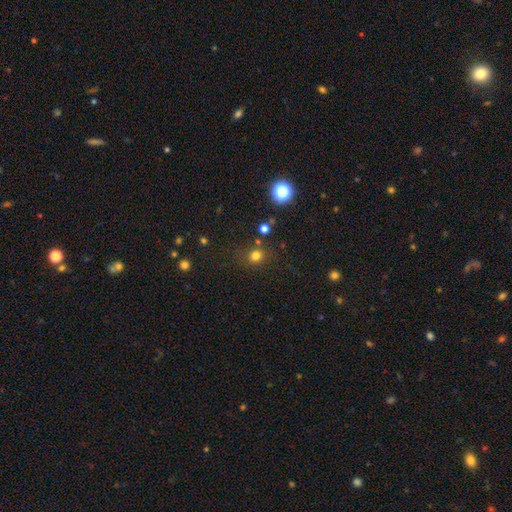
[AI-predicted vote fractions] Smooth or featured? smooth (74%)
How rounded? round (87%)
Merging? none (80%)